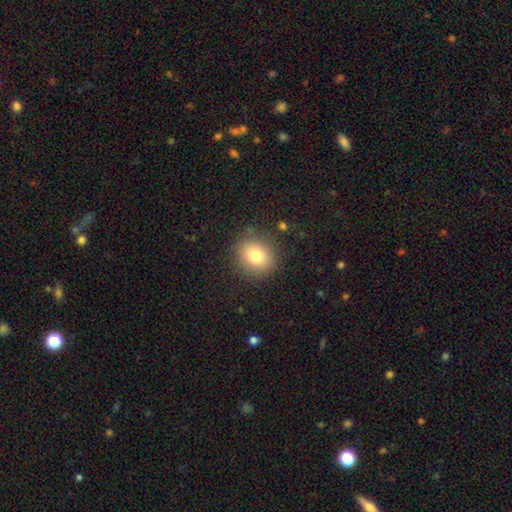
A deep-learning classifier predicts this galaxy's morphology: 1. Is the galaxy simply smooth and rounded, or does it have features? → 78% smooth, 11% star or artifact, 11% featured or disk.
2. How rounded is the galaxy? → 77% round, 22% in between, 1% cigar-shaped.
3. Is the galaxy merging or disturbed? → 85% none, 10% minor disturbance, 4% major disturbance, 1% merger.